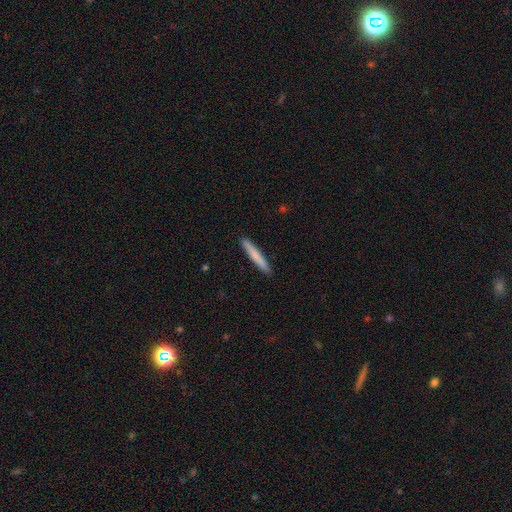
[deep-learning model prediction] Smooth or featured?
  - smooth: 75% *
  - featured or disk: 20%
  - star or artifact: 5%
How rounded?
  - cigar-shaped: 96% *
  - in between: 3%
  - round: 1%
Merging?
  - none: 92% *
  - minor disturbance: 6%
  - major disturbance: 1%
  - merger: 1%